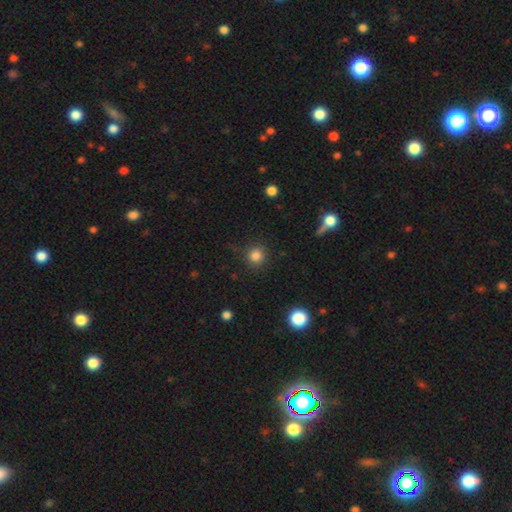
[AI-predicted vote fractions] A smooth galaxy with no disk features (83%) that is round (93%).

Vote fractions:
- Smooth or featured? smooth: 83% / star or artifact: 12% / featured or disk: 5%
- How rounded? round: 93% / in between: 6% / cigar-shaped: 1%
- Merging? none: 89% / minor disturbance: 7% / major disturbance: 3% / merger: 1%